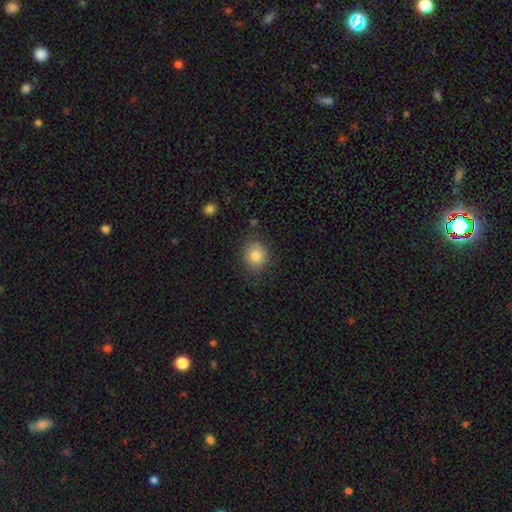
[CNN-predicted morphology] Q: Smooth or featured?
A: smooth (82%); runner-up: star or artifact (10%)
Q: How rounded?
A: round (70%); runner-up: in between (29%)
Q: Merging?
A: none (82%); runner-up: minor disturbance (13%)